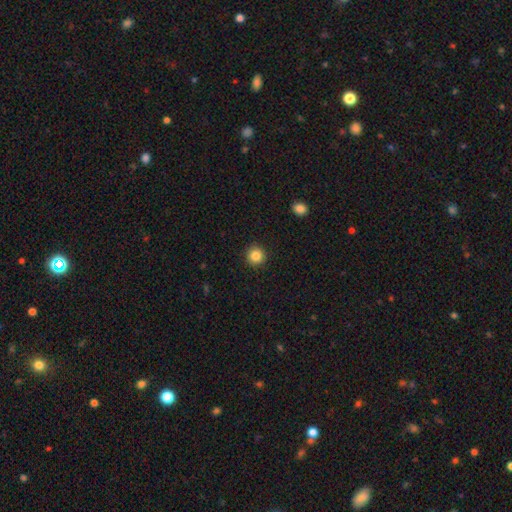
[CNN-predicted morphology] Smooth or featured?
  - smooth: 85% *
  - star or artifact: 10%
  - featured or disk: 5%
How rounded?
  - round: 94% *
  - in between: 5%
  - cigar-shaped: 1%
Merging?
  - none: 92% *
  - minor disturbance: 5%
  - major disturbance: 2%
  - merger: 1%